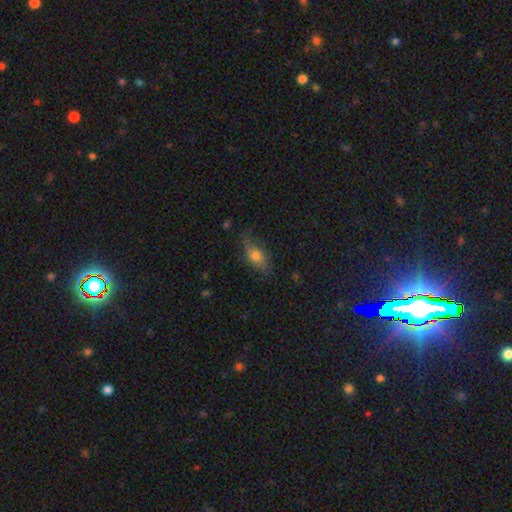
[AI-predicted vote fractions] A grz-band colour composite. It shows a smooth galaxy with no disk features (55%) that is in between round and cigar-shaped (78%). Merging: none (57%).